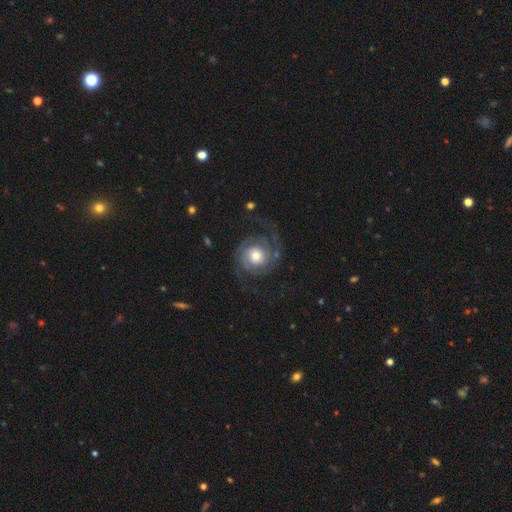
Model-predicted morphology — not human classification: Smooth or featured? Predicted: featured or disk (p=0.84). Edge-on disk? Predicted: no (p=0.98). Bar? Predicted: no (p=0.74). Spiral arms? Predicted: yes (p=0.96). Spiral winding? Predicted: tight (p=0.47). Spiral arm count? Predicted: 2 (p=0.77). Bulge size? Predicted: moderate (p=0.64). Merging? Predicted: none (p=0.69).